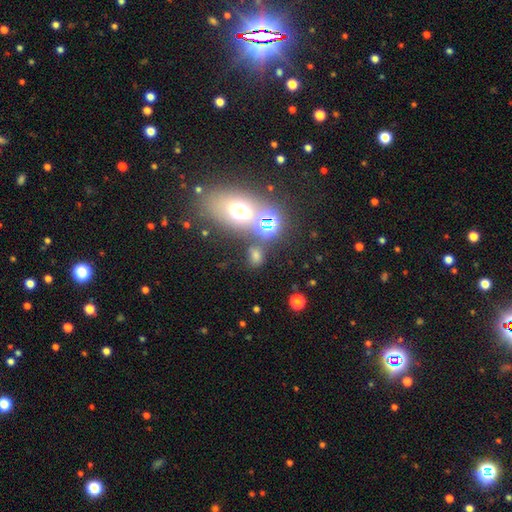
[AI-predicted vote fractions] Smooth or featured: smooth — 54% (star or artifact — 37%)
How rounded: in between — 54% (round — 43%)
Merging: none — 68% (merger — 13%)